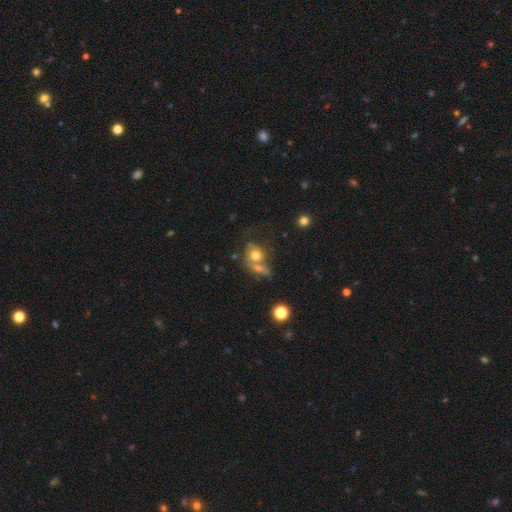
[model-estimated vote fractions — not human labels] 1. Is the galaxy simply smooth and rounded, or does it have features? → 68% smooth, 20% featured or disk, 12% star or artifact.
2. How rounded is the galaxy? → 66% round, 31% in between, 3% cigar-shaped.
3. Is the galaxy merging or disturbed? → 48% merger, 31% none, 12% minor disturbance, 10% major disturbance.